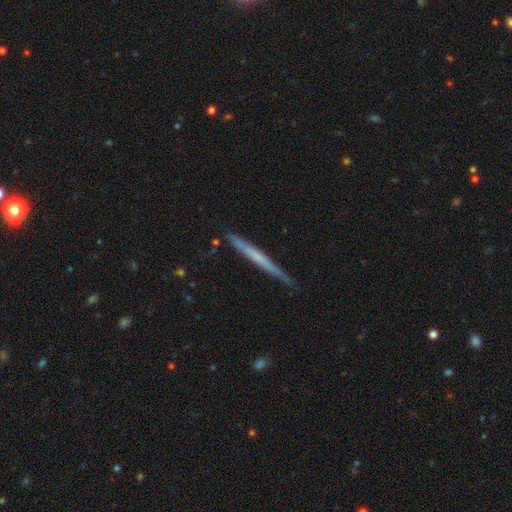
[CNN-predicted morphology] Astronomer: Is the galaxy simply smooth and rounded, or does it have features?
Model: featured or disk — 50% (runner-up: smooth, 45%).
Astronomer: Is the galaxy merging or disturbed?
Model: none — 83%.